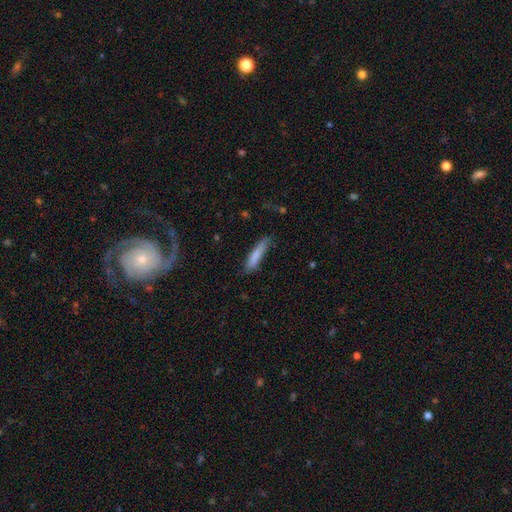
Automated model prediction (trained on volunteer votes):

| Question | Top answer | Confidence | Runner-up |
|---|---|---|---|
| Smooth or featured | smooth | 81% | featured or disk (13%) |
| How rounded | cigar-shaped | 89% | in between (10%) |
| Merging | none | 76% | minor disturbance (18%) |